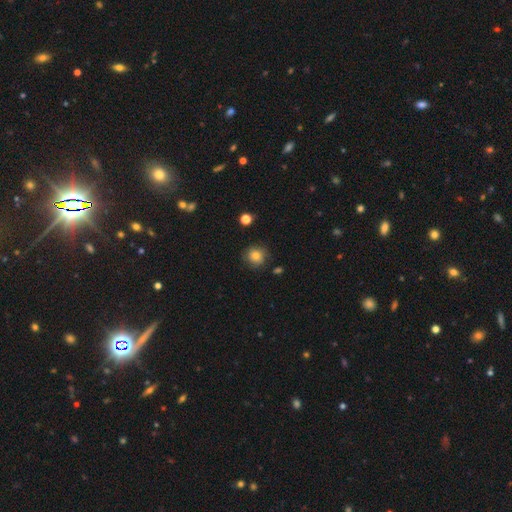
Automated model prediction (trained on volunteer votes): Smooth or featured: smooth — 79% (star or artifact — 11%)
How rounded: round — 90% (in between — 10%)
Merging: none — 81% (minor disturbance — 13%)